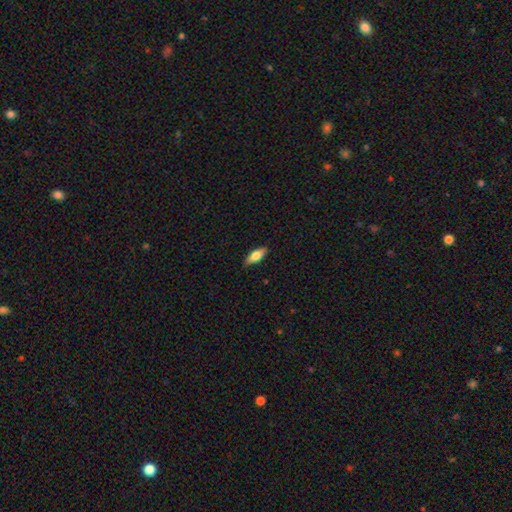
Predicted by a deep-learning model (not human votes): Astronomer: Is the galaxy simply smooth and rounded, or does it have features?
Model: smooth — 65%.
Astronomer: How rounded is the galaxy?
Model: in between — 69%.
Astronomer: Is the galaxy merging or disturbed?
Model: none — 87%.